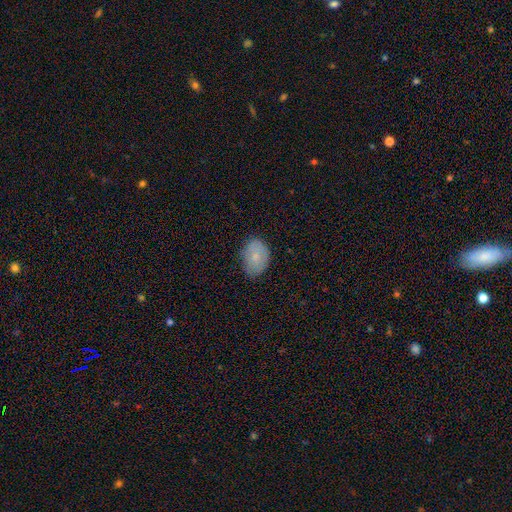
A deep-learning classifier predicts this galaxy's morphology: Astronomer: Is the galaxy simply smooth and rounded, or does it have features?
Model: smooth — 79%.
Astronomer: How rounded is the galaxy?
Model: in between — 77%.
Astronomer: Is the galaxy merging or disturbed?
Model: none — 73%.